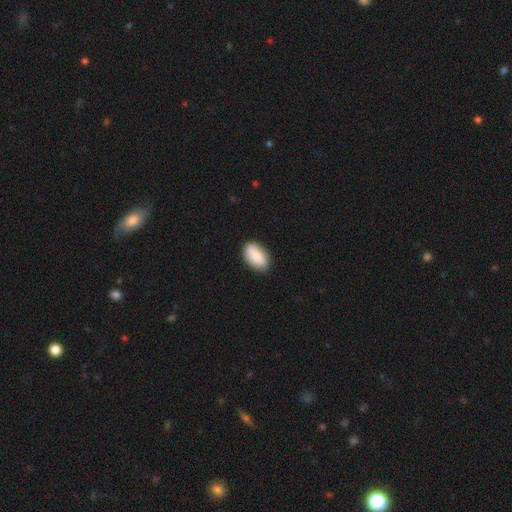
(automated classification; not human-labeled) Smooth or featured: smooth — 85% (featured or disk — 9%)
How rounded: in between — 93% (round — 4%)
Merging: none — 84% (minor disturbance — 12%)